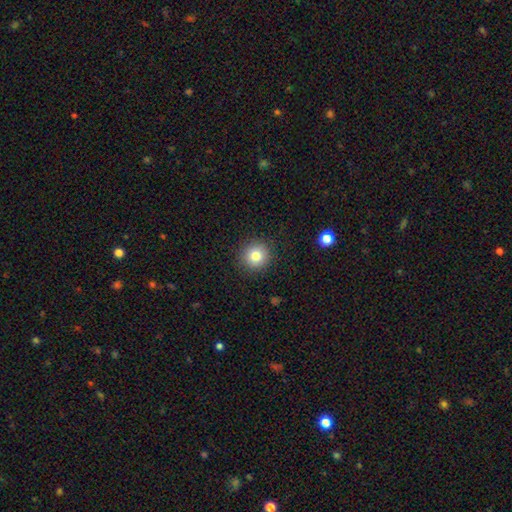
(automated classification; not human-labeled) Smooth or featured: smooth — 80% (star or artifact — 11%)
How rounded: round — 93% (in between — 6%)
Merging: none — 91% (minor disturbance — 6%)